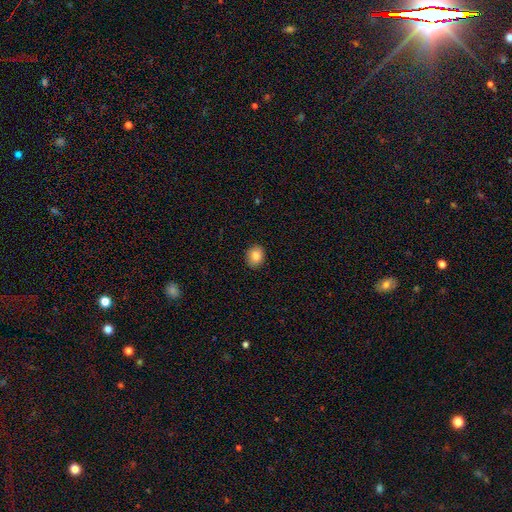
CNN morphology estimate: Smooth or featured? Predicted: smooth (p=0.85). How rounded? Predicted: round (p=0.58). Merging? Predicted: none (p=0.88).